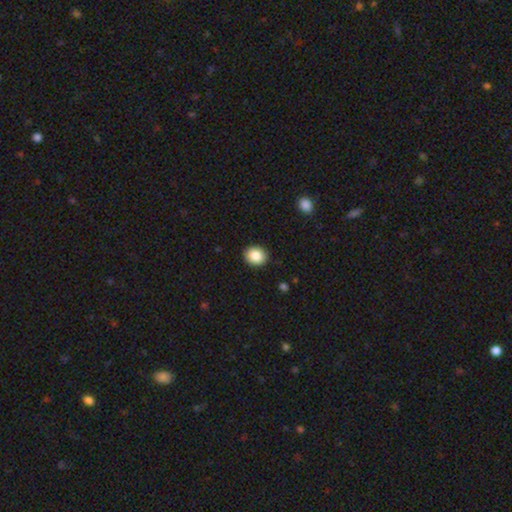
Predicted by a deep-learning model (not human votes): Morphology: type=smooth (86%); roundness=round (70%); merging=none (91%).